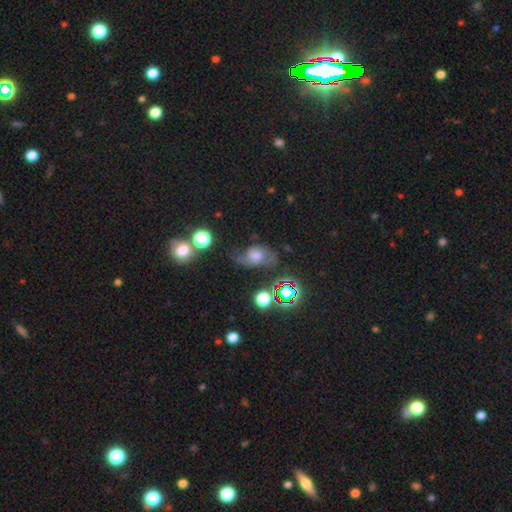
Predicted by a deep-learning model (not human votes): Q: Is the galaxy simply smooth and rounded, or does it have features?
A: featured or disk — 41%.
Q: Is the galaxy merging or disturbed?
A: none — 39%.